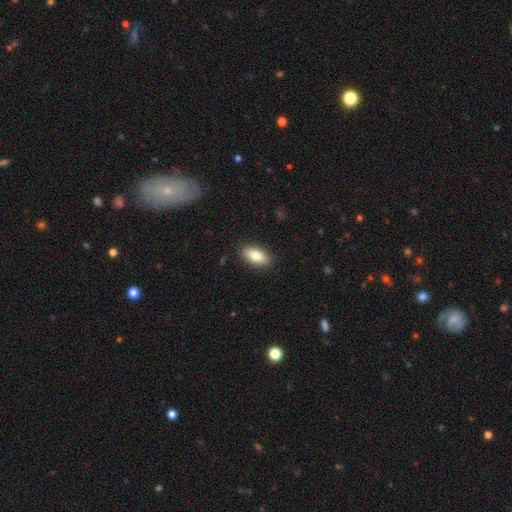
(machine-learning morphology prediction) Smooth or featured? Predicted: smooth (p=0.83). How rounded? Predicted: in between (p=0.91). Merging? Predicted: none (p=0.89).